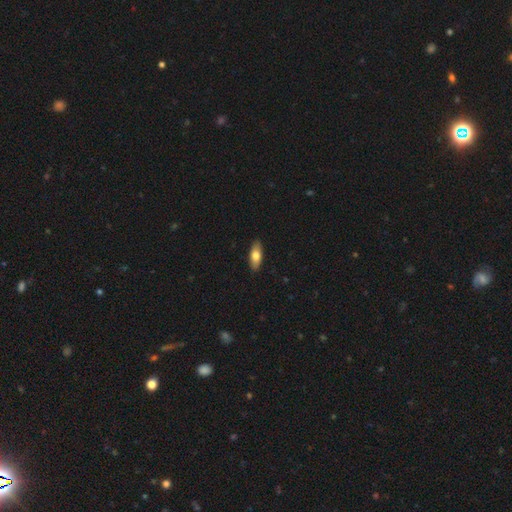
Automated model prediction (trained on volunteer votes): smooth_or_featured: smooth (p=0.73) [alt: featured or disk p=0.21]
how_rounded: in between (p=0.75) [alt: cigar-shaped p=0.22]
merging: none (p=0.89) [alt: minor disturbance p=0.08]